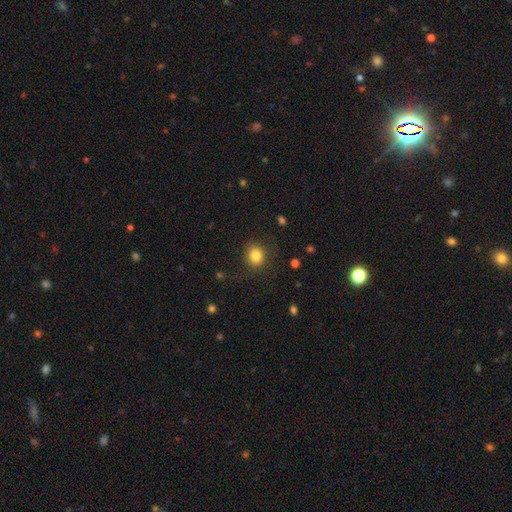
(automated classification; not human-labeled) Overall: smooth (83%). How rounded: round (81%). Merging: none (85%).